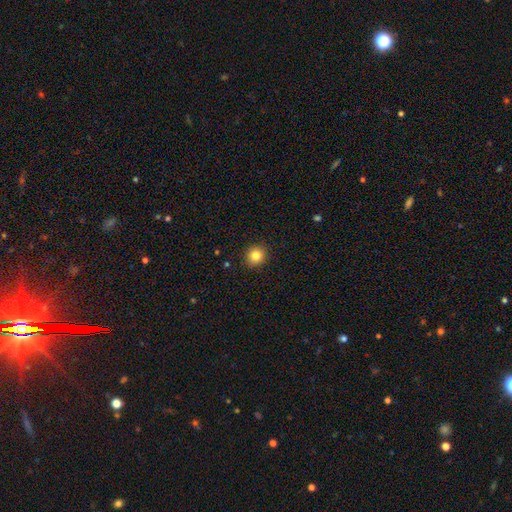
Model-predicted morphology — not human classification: Smooth or featured? smooth (83%)
How rounded? round (87%)
Merging? none (91%)